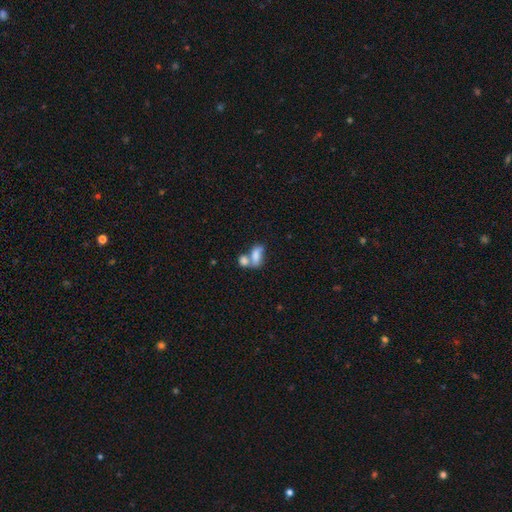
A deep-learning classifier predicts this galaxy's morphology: This appears to be a smooth galaxy with no disk features (74%) that is in between round and cigar-shaped (85%). Merging: merger (66%).